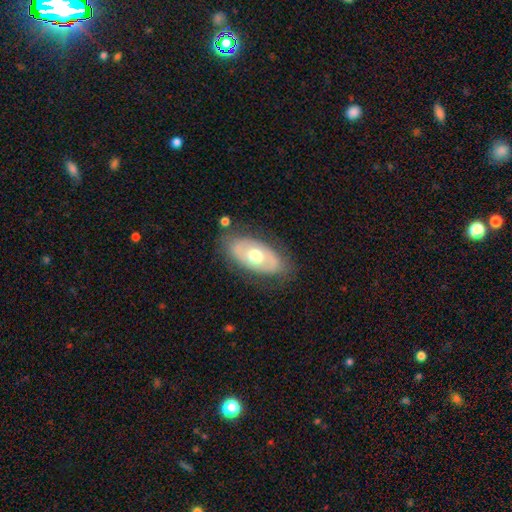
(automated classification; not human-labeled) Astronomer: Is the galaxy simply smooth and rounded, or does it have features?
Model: featured or disk — 48% (runner-up: smooth, 46%).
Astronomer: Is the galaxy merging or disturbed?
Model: none — 77%.